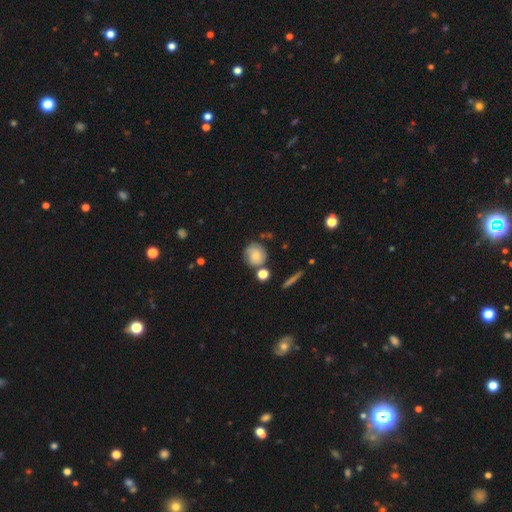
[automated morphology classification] This is likely a smooth galaxy (65%). How rounded: clearly round (85%). Merging: likely none (65%).